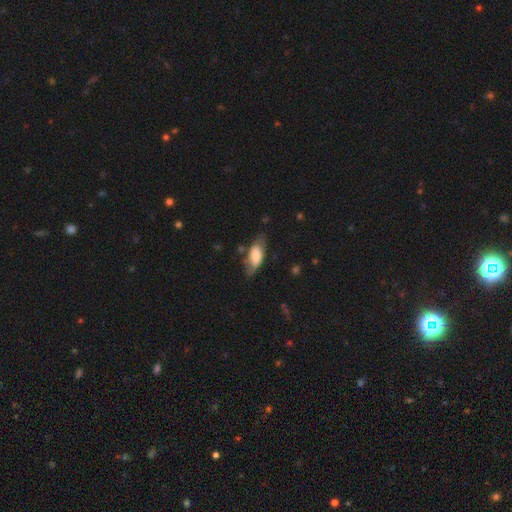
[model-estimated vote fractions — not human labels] Q: Smooth or featured?
A: smooth (70%); runner-up: featured or disk (24%)
Q: How rounded?
A: in between (83%); runner-up: cigar-shaped (14%)
Q: Merging?
A: none (59%); runner-up: minor disturbance (28%)